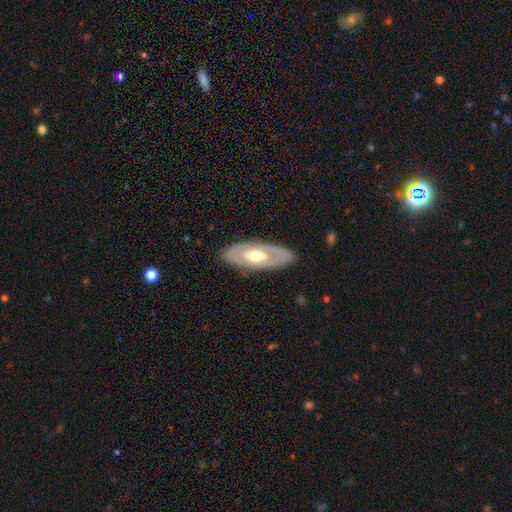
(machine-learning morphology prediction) Q: Smooth or featured?
A: featured or disk (59%); runner-up: smooth (36%)
Q: Edge-on disk?
A: no (82%); runner-up: yes (18%)
Q: Merging?
A: none (83%); runner-up: minor disturbance (12%)